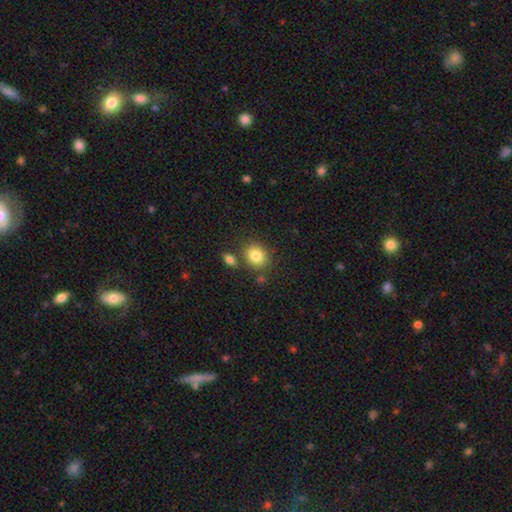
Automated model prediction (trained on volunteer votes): This appears to be a smooth galaxy with no disk features (83%) that is round (68%). Merging: none (73%).